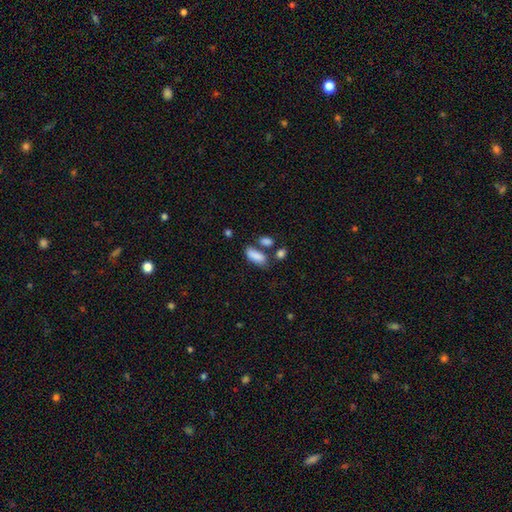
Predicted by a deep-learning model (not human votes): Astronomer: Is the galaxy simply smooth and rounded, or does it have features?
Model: smooth — 86%.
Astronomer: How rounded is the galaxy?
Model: in between — 85%.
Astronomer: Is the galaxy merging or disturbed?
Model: none — 54%.